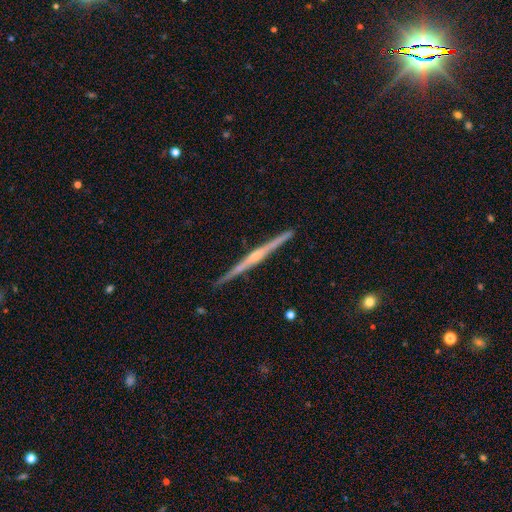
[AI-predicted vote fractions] featured or disk 80%, smooth 15%, star or artifact 5%. Down the decision tree: edge-on disk — yes (99%); edge-on bulge — rounded (59%); merging — none (91%).